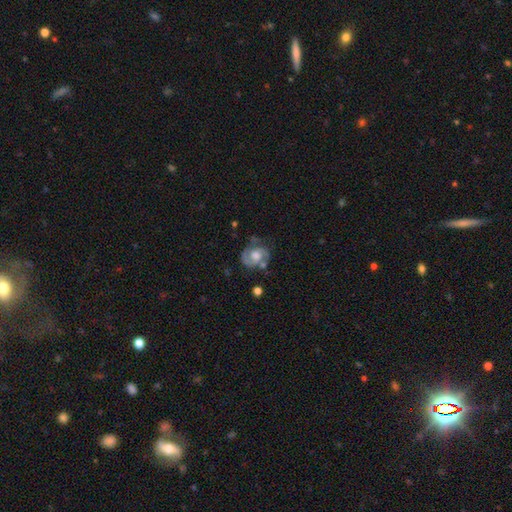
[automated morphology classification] This appears to be a featured or disk galaxy (81%) with no bar (63%), 2 (85%) medium (46%) spiral arms (94%) and a moderate central bulge (54%). Merging: none (67%).